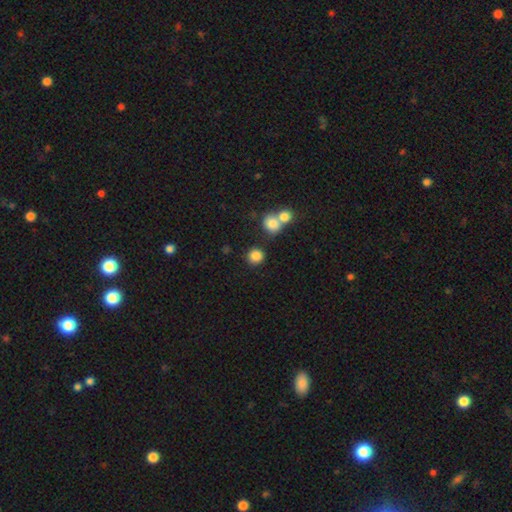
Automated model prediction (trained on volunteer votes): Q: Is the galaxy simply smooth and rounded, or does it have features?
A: smooth — 84%.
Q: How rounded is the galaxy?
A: round — 89%.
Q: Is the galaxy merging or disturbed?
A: none — 75%.